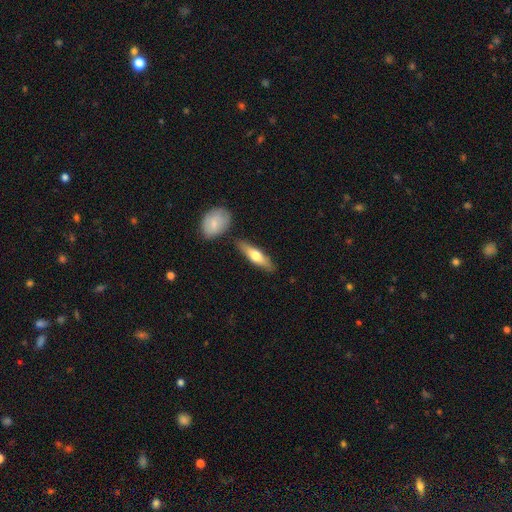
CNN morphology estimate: Overall: smooth (56%; featured or disk 39%). How rounded: cigar-shaped (64%; in between 33%). Merging: none (80%).